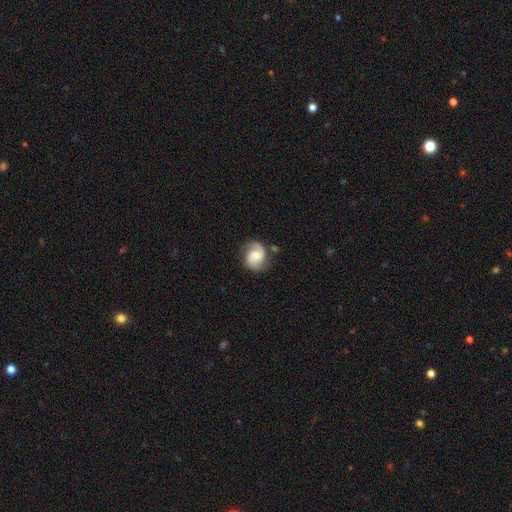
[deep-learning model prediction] Smooth or featured?
  - featured or disk: 67% *
  - smooth: 26%
  - star or artifact: 7%
Edge-on disk?
  - no: 98% *
  - yes: 2%
Bar?
  - no: 60% *
  - weak: 33%
  - strong: 8%
Spiral arms?
  - yes: 93% *
  - no: 7%
Spiral winding?
  - medium: 47% *
  - tight: 30%
  - loose: 23%
Spiral arm count?
  - 2: 86% *
  - can't tell: 6%
  - 1: 5%
  - 3: 1%
  - 4: 1%
  - more than 4: 1%
Bulge size?
  - moderate: 55% *
  - small: 35%
  - large: 6%
  - none: 3%
  - dominant: 1%
Merging?
  - none: 73% *
  - minor disturbance: 18%
  - major disturbance: 6%
  - merger: 3%